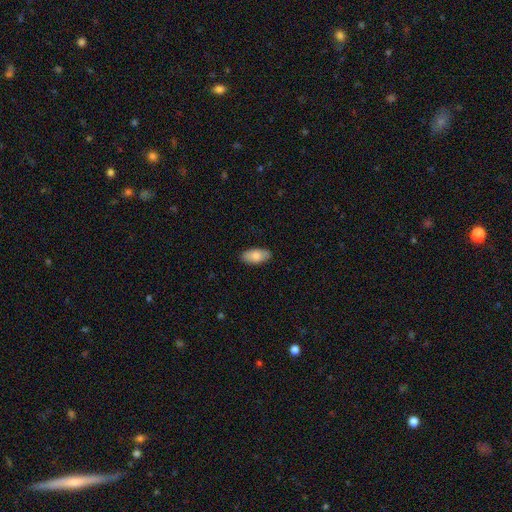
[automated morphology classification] smooth-or-featured: smooth: 80% | featured or disk: 14% | star or artifact: 6%
  how-rounded: in between: 93% | cigar-shaped: 5% | round: 2%
  merging: none: 88% | minor disturbance: 9% | major disturbance: 2% | merger: 1%